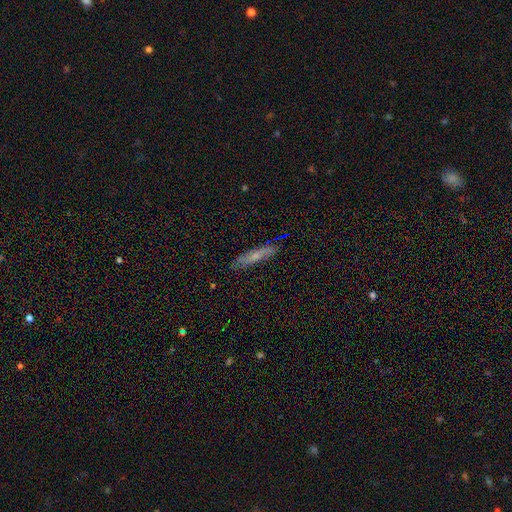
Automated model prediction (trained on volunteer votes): Morphology: type=smooth (47%); merging=none (82%).